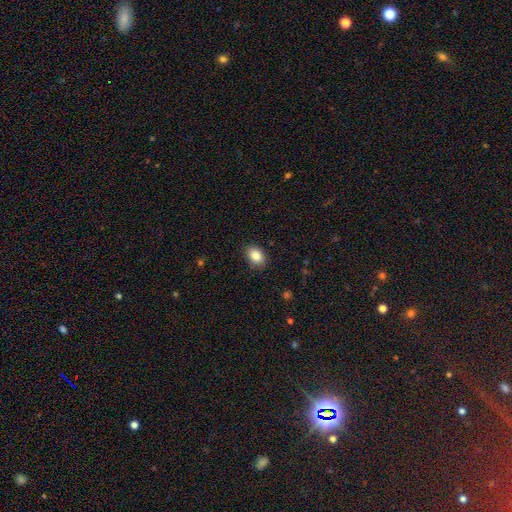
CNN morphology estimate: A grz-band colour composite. It shows a smooth galaxy with no disk features (85%) that is in between round and cigar-shaped (75%). Merging: none (85%).